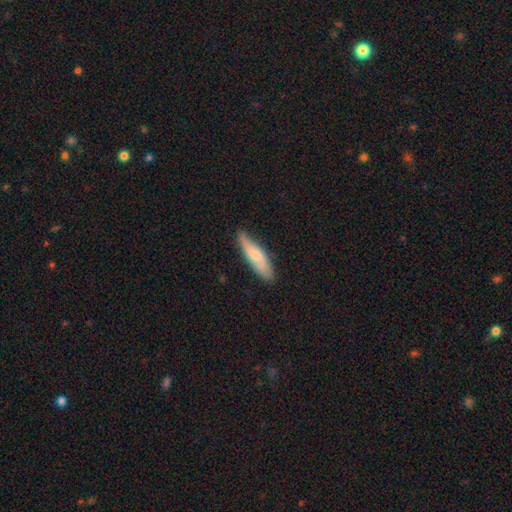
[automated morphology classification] Smooth or featured? smooth (63%)
How rounded? cigar-shaped (67%)
Merging? none (78%)